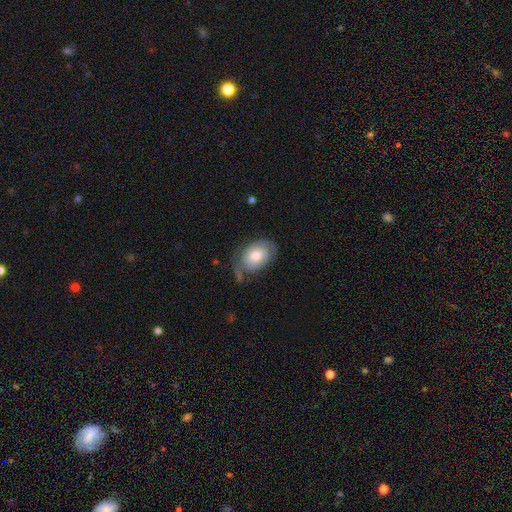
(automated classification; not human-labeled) The model was most divided on "smooth or featured": featured or disk: 49%, smooth: 45%, star or artifact: 7%. More confident: merging — none (53%).